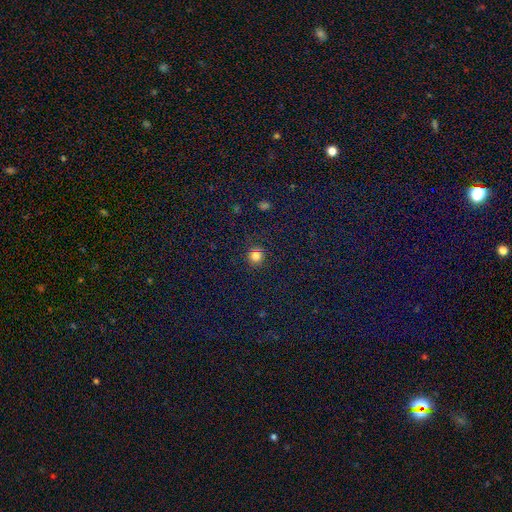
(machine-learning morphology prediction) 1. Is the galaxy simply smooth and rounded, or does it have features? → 81% smooth, 15% star or artifact, 4% featured or disk.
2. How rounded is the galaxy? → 94% round, 5% in between, 1% cigar-shaped.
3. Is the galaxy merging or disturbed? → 89% none, 7% minor disturbance, 3% major disturbance, 1% merger.